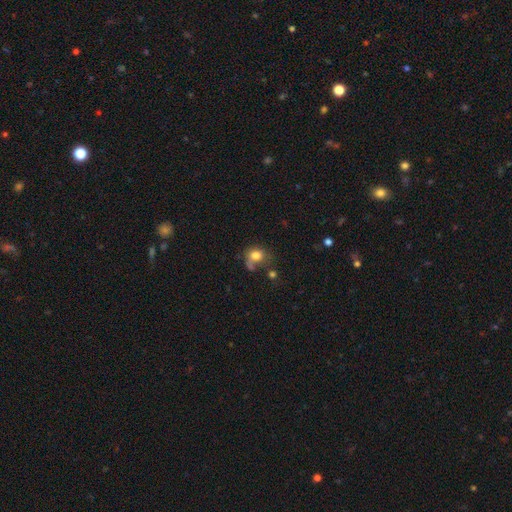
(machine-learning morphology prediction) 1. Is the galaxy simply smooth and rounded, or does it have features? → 76% smooth, 14% featured or disk, 10% star or artifact.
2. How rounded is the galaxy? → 63% round, 35% in between, 1% cigar-shaped.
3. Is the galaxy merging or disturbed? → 40% none, 22% minor disturbance, 21% major disturbance, 17% merger.